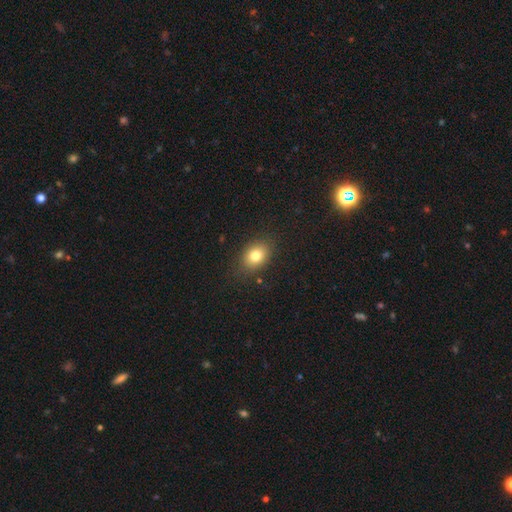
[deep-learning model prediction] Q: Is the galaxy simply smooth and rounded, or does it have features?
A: smooth — 79%.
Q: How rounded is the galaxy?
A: in between — 68%.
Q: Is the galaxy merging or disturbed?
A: none — 83%.